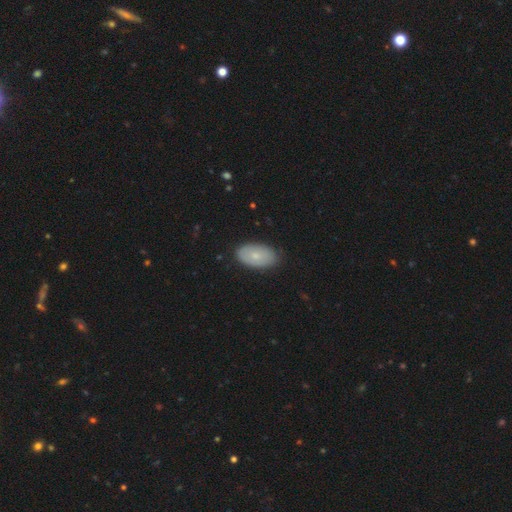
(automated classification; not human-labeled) Morphology: type=smooth (69%); roundness=in between (94%); merging=none (83%).